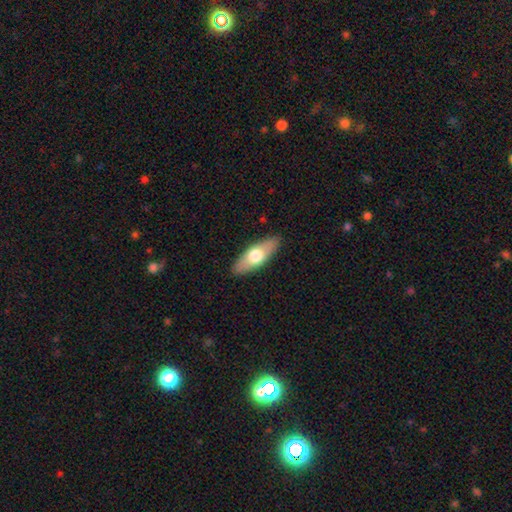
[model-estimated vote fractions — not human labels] This appears to be a smooth galaxy with no disk features (60%) that is in between round and cigar-shaped (65%). Merging: none (88%).